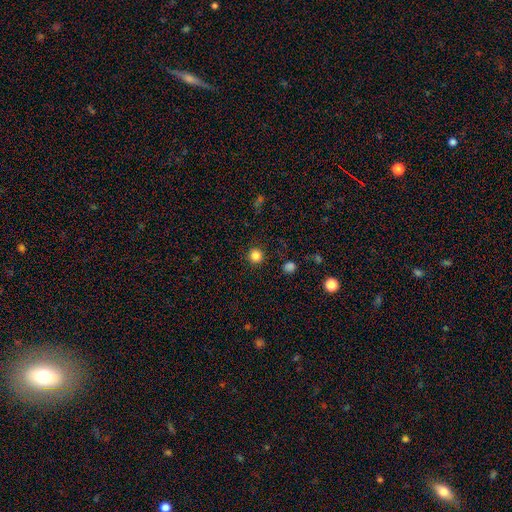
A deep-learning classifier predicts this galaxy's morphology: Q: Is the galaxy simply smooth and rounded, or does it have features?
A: smooth — 84%.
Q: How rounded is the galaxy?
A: round — 95%.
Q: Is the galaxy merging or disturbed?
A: none — 91%.